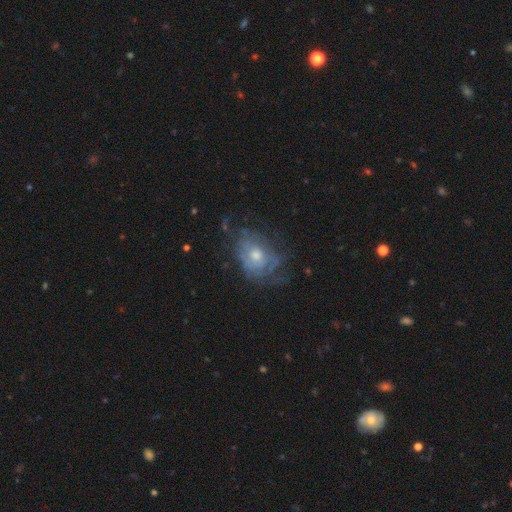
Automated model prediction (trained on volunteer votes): Smooth or featured: featured or disk — 61% (smooth — 28%)
Edge-on disk: no — 96% (yes — 4%)
Bar: no — 83% (weak — 15%)
Spiral arms: yes — 55% (no — 45%)
Bulge size: moderate — 59% (small — 33%)
Merging: none — 54% (minor disturbance — 24%)